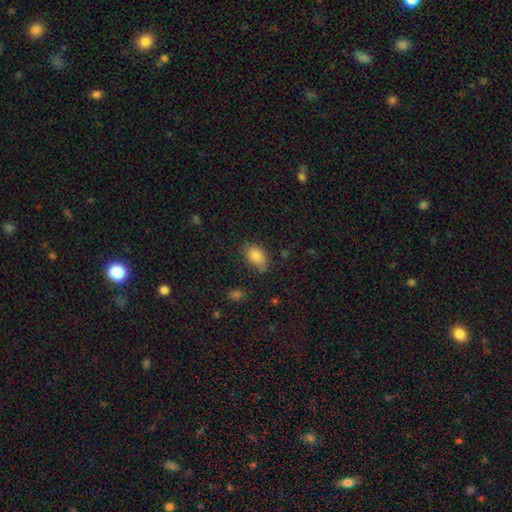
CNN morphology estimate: This is clearly a smooth galaxy (85%). How rounded: clearly in between (85%). Merging: likely none (68%).